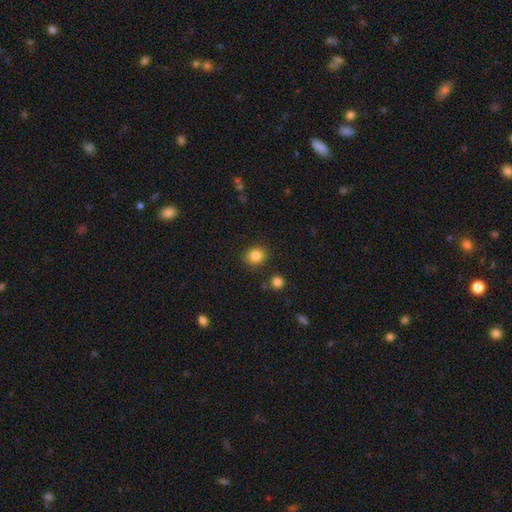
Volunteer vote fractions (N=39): Morphology: type=smooth (85%); roundness=round (67%); merging=none (94%).